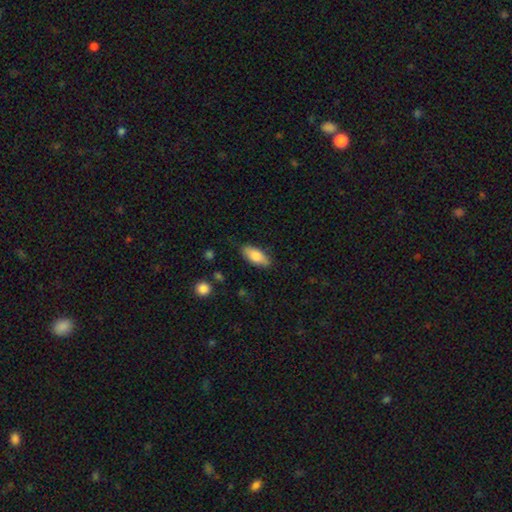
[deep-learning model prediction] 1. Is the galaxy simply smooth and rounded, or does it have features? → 78% smooth, 16% featured or disk, 6% star or artifact.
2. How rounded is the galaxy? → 83% in between, 15% cigar-shaped, 2% round.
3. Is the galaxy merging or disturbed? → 83% none, 13% minor disturbance, 3% major disturbance, 1% merger.